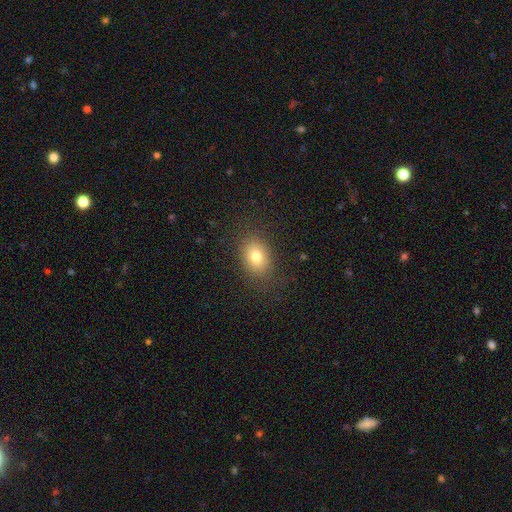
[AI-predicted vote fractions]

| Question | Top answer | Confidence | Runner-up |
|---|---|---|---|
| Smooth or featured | smooth | 77% | star or artifact (12%) |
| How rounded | in between | 68% | round (31%) |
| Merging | none | 85% | minor disturbance (10%) |